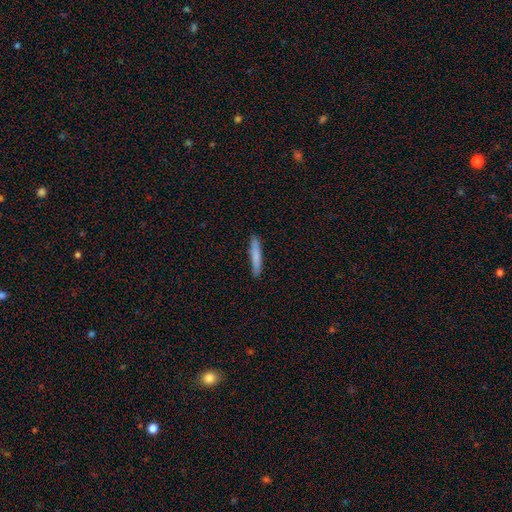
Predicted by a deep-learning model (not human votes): This is likely a smooth galaxy (78%). How rounded: clearly cigar-shaped (93%). Merging: clearly none (88%).